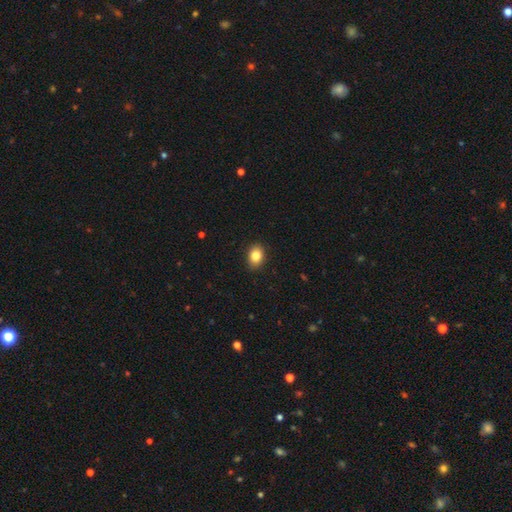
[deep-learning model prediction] This appears to be a smooth galaxy with no disk features (85%) that is in between round and cigar-shaped (66%). Merging: none (89%).